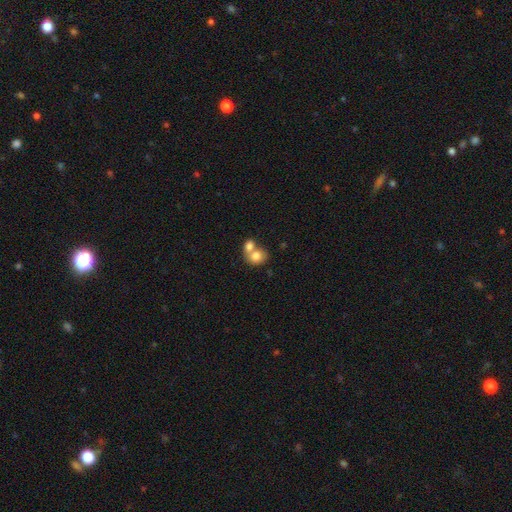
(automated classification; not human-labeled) Smooth or featured: smooth — 77% (featured or disk — 14%)
How rounded: round — 62% (in between — 37%)
Merging: merger — 65% (none — 26%)